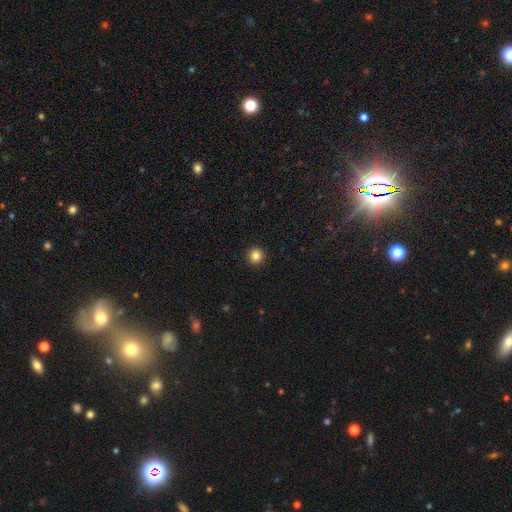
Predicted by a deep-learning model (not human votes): A smooth galaxy with no disk features (85%) that is round (96%). Merging: none (93%).